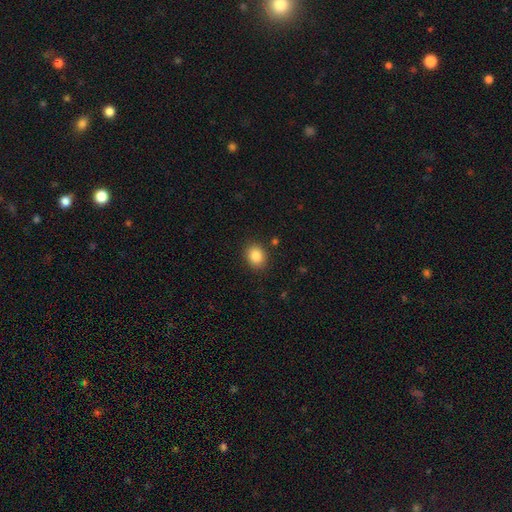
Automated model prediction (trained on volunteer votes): The model was most divided on "how rounded": round: 58%, in between: 42%, cigar-shaped: 1%. More confident: merging — none (87%); smooth or featured — smooth (86%).